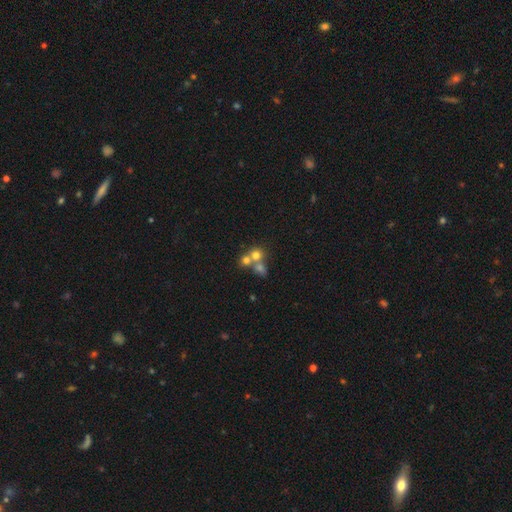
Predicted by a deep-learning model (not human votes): smooth 66%, featured or disk 19%, star or artifact 15%. Down the decision tree: how rounded — round (83%); merging — merger (56%).